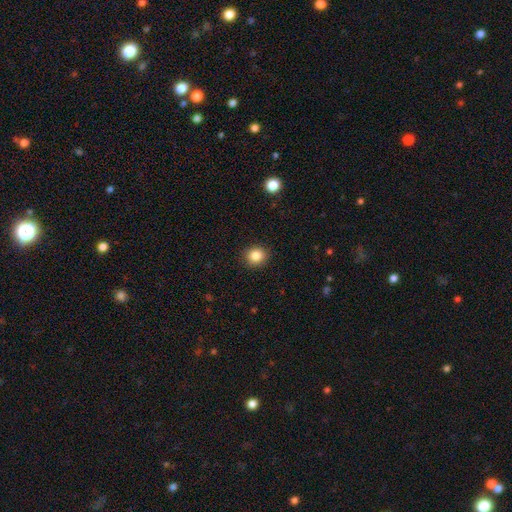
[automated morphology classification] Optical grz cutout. It shows a smooth galaxy with no disk features (85%) that is round (82%). Merging: none (91%).